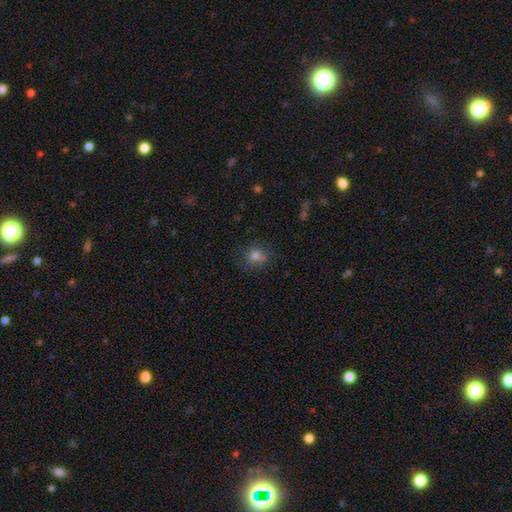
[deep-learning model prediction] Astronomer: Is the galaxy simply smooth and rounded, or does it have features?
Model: smooth — 77%.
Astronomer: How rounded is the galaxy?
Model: round — 75%.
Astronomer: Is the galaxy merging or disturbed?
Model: none — 73%.